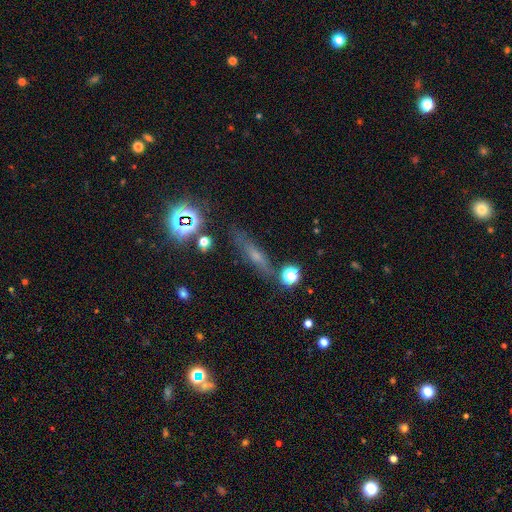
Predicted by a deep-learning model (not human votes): Smooth or featured? featured or disk (38%)
Merging? none (77%)